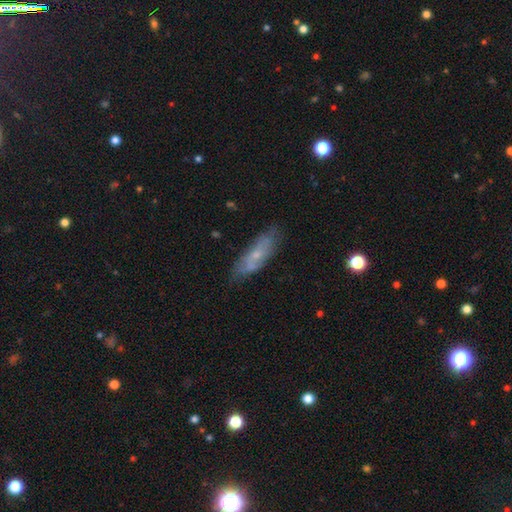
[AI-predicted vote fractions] The model was most divided on "smooth or featured": featured or disk: 47%, smooth: 45%, star or artifact: 8%. More confident: merging — none (71%).